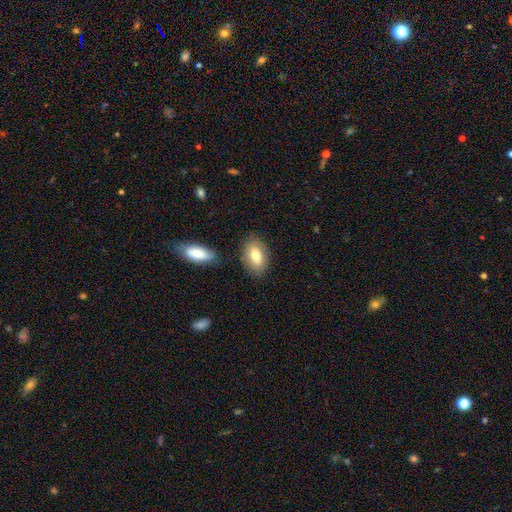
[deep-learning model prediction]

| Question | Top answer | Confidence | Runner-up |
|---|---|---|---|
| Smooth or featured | smooth | 76% | featured or disk (17%) |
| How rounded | in between | 89% | round (7%) |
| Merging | none | 80% | minor disturbance (12%) |